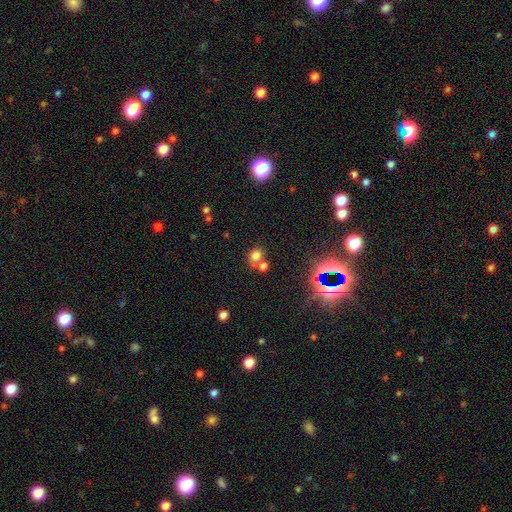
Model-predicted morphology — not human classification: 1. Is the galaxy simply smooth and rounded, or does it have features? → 71% smooth, 19% star or artifact, 10% featured or disk.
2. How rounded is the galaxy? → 61% round, 38% in between, 1% cigar-shaped.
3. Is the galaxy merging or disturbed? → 48% none, 37% merger, 10% minor disturbance, 5% major disturbance.